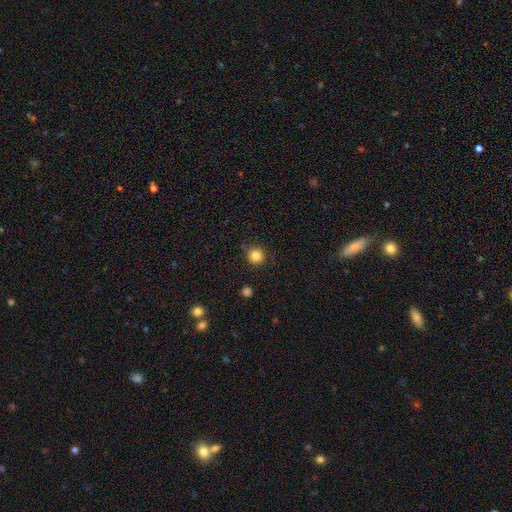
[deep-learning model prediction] The model was most divided on "smooth or featured": smooth: 84%, star or artifact: 12%, featured or disk: 4%. More confident: how rounded — round (95%); merging — none (87%).